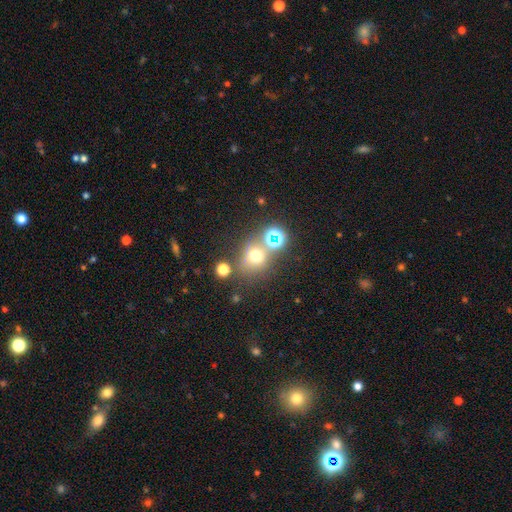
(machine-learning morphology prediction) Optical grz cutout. It shows a smooth galaxy with no disk features (62%) that is round (74%). Merging: none (63%).